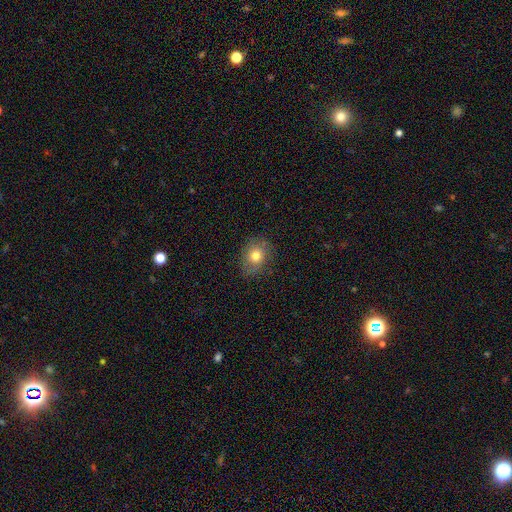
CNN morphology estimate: Smooth or featured? smooth (75%)
How rounded? round (60%)
Merging? none (78%)